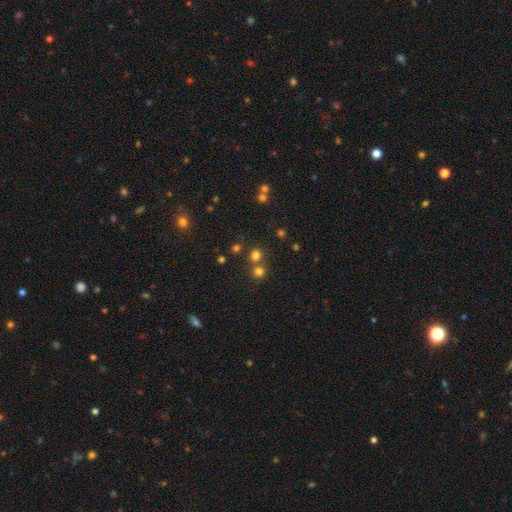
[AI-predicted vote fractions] smooth_or_featured: smooth (p=0.72) [alt: star or artifact p=0.22]
how_rounded: round (p=0.90) [alt: in between p=0.09]
merging: none (p=0.68) [alt: merger p=0.23]